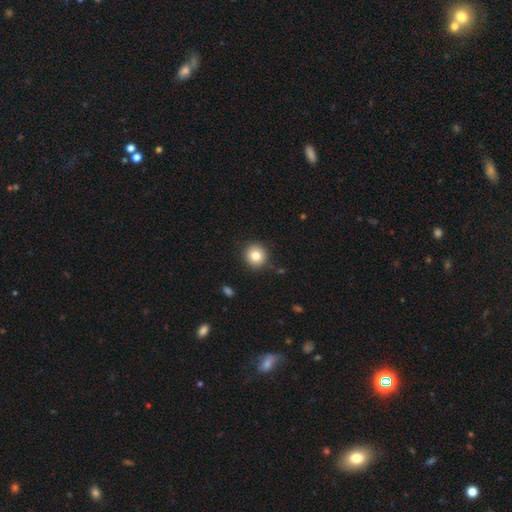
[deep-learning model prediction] Smooth or featured?
  - smooth: 81% *
  - star or artifact: 10%
  - featured or disk: 9%
How rounded?
  - round: 92% *
  - in between: 7%
  - cigar-shaped: 1%
Merging?
  - none: 89% *
  - minor disturbance: 8%
  - major disturbance: 2%
  - merger: 1%